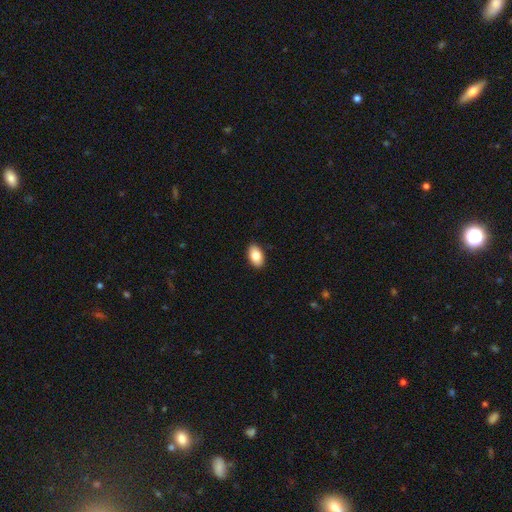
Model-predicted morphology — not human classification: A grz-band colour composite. It shows a smooth galaxy with no disk features (84%) that is in between round and cigar-shaped (94%). Merging: none (90%).